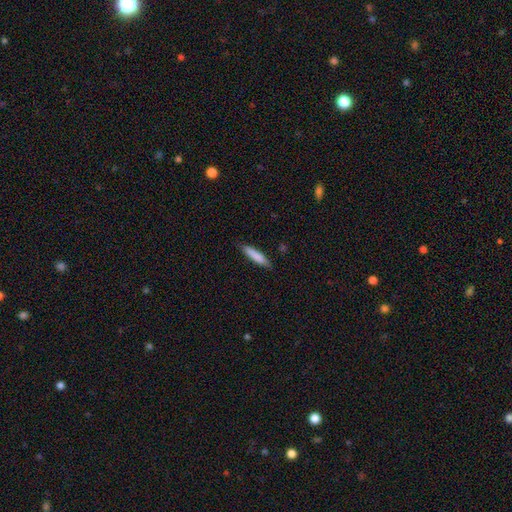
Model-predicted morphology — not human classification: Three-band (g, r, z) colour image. It shows a smooth galaxy with no disk features (83%) that is cigar-shaped (86%). Merging: none (86%).